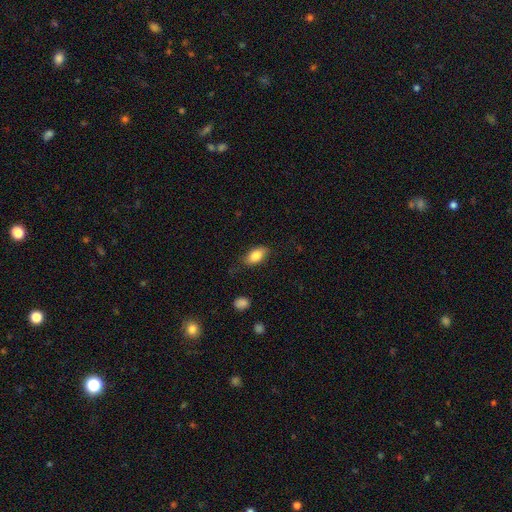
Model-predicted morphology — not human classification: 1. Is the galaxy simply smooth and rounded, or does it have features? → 83% smooth, 10% featured or disk, 7% star or artifact.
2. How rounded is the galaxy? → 89% in between, 6% cigar-shaped, 5% round.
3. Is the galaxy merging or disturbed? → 78% none, 17% minor disturbance, 4% major disturbance, 1% merger.